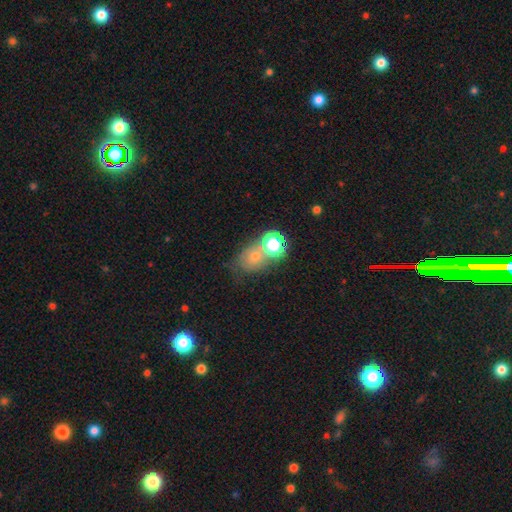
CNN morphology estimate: Smooth or featured? smooth (55%)
How rounded? round (67%)
Merging? none (47%)